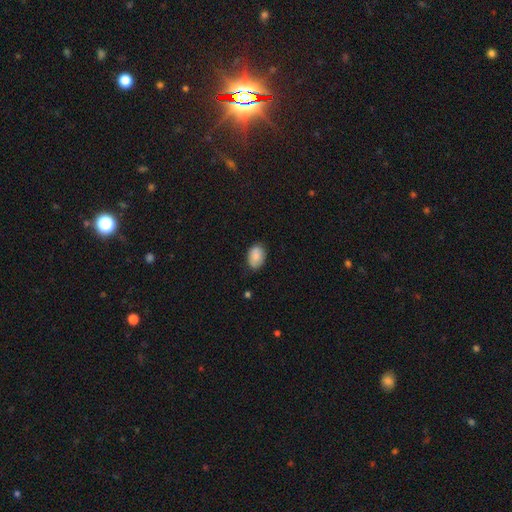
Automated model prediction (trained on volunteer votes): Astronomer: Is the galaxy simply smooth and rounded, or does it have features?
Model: smooth — 86%.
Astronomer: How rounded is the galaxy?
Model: in between — 86%.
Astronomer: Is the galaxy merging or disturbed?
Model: none — 76%.